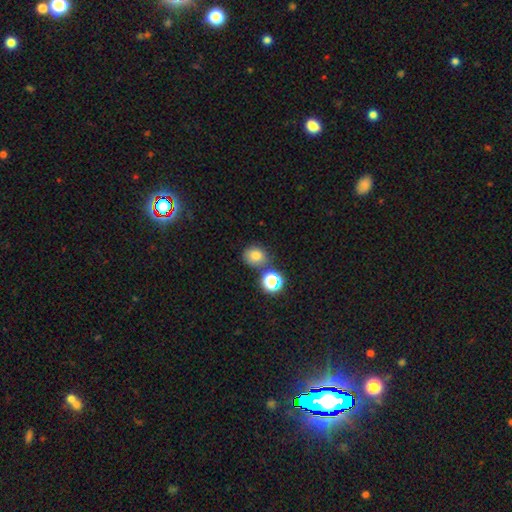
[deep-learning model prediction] smooth-or-featured: smooth: 76% | star or artifact: 17% | featured or disk: 7%
  how-rounded: round: 69% | in between: 30% | cigar-shaped: 1%
  merging: none: 69% | merger: 14% | minor disturbance: 13% | major disturbance: 4%